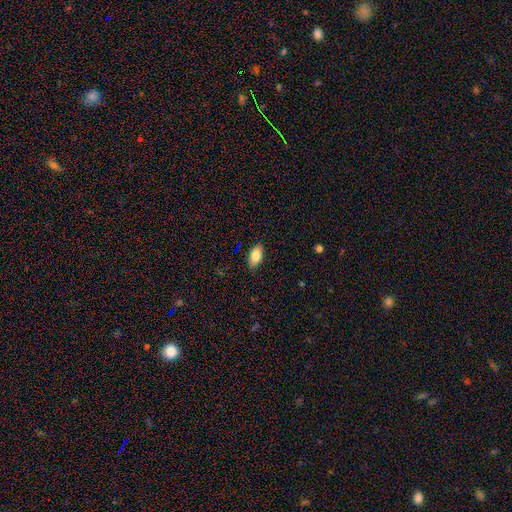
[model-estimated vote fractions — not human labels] Smooth or featured?
  - smooth: 82% *
  - featured or disk: 11%
  - star or artifact: 7%
How rounded?
  - in between: 92% *
  - cigar-shaped: 4%
  - round: 3%
Merging?
  - none: 89% *
  - minor disturbance: 9%
  - major disturbance: 2%
  - merger: 1%